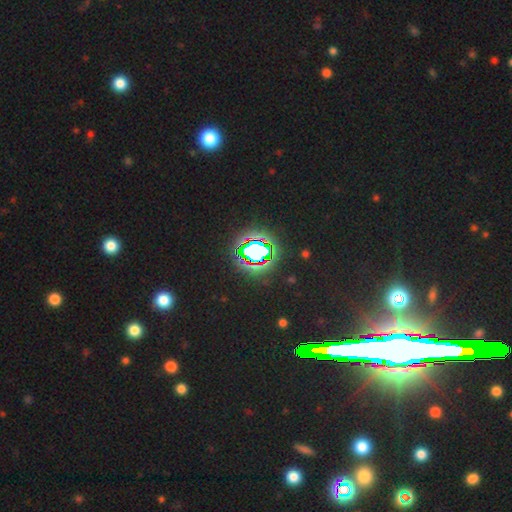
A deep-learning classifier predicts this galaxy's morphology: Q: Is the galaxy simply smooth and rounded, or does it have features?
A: star or artifact — 82%.